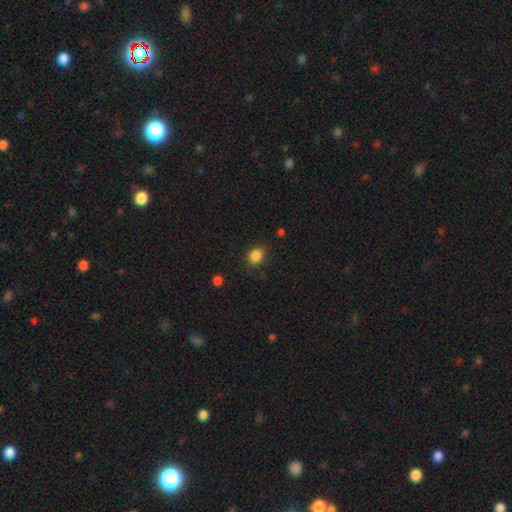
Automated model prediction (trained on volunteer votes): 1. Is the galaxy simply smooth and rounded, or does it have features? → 85% smooth, 10% star or artifact, 4% featured or disk.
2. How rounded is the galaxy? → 51% in between, 48% round, 1% cigar-shaped.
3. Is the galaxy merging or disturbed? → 81% none, 14% minor disturbance, 4% major disturbance, 2% merger.